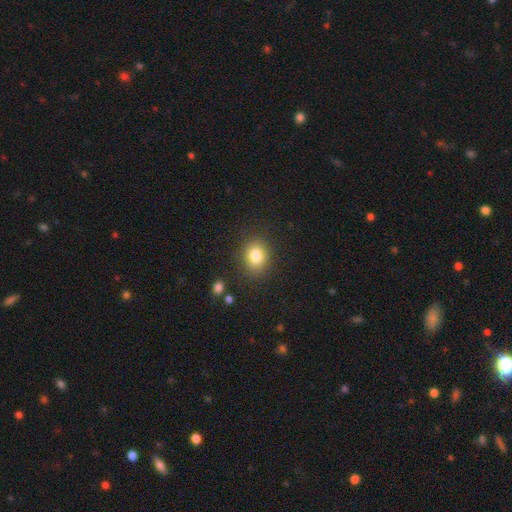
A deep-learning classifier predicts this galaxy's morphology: smooth 82%, star or artifact 11%, featured or disk 7%. Down the decision tree: how rounded — round (59%); merging — none (85%).